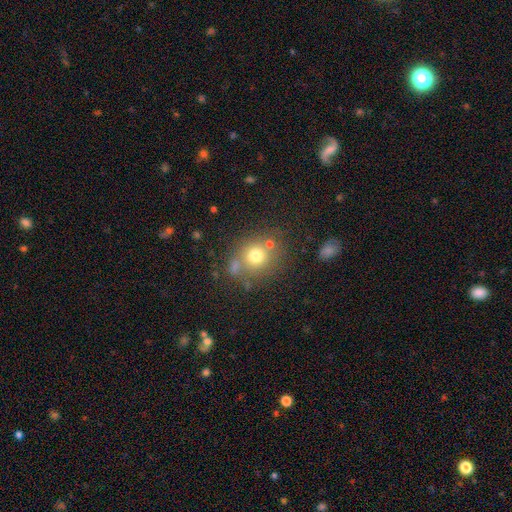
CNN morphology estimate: Smooth or featured: smooth — 72% (star or artifact — 15%)
How rounded: round — 84% (in between — 15%)
Merging: none — 66% (merger — 15%)